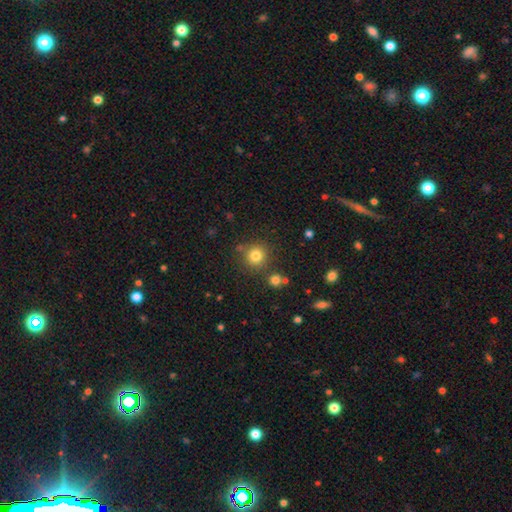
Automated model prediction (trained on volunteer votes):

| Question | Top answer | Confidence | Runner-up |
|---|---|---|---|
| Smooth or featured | smooth | 80% | star or artifact (14%) |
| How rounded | round | 93% | in between (6%) |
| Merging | none | 79% | minor disturbance (9%) |